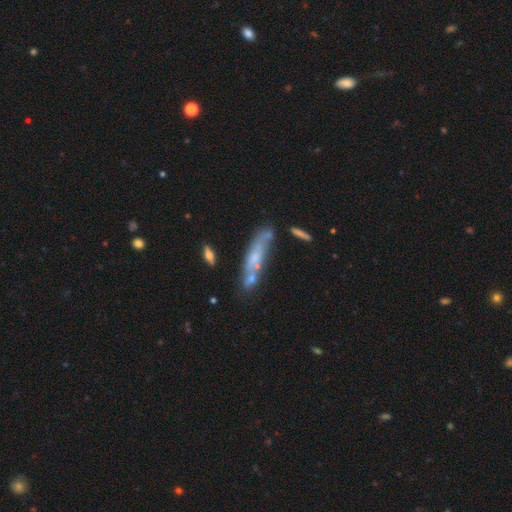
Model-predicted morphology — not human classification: A featured or disk galaxy (47%).

Vote fractions:
- Smooth or featured? featured or disk: 47% / smooth: 43% / star or artifact: 10%
- Merging? none: 53% / minor disturbance: 20% / merger: 18% / major disturbance: 8%